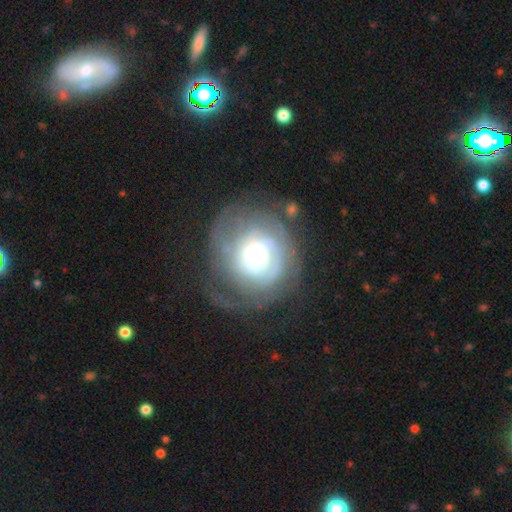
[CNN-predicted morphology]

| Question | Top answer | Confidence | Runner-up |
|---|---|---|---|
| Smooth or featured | featured or disk | 67% | smooth (25%) |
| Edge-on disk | no | 97% | yes (3%) |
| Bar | no | 79% | weak (17%) |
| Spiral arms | yes | 73% | no (27%) |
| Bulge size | moderate | 48% | large (40%) |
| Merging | none | 55% | major disturbance (22%) |